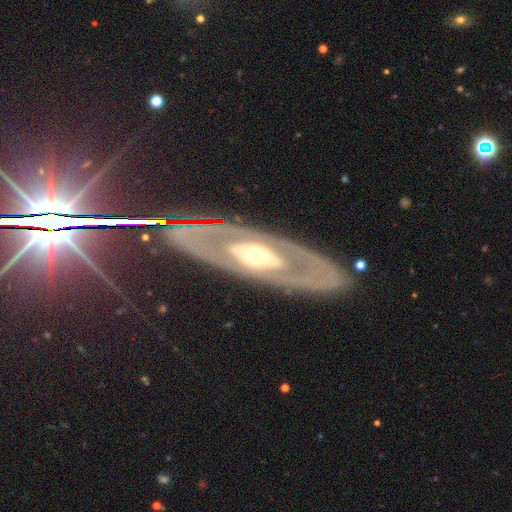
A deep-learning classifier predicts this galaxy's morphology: A featured or disk galaxy (79%) with no bar (75%), no spiral arms (62%) and a moderate central bulge (67%). Merging: none (81%).